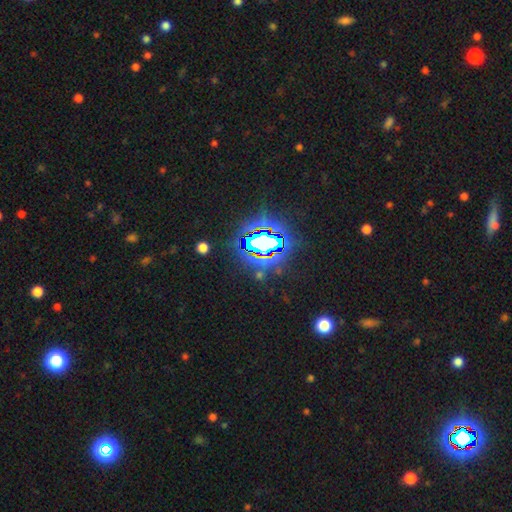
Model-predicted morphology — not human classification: This appears to be a star or artifact, not a galaxy (85%).